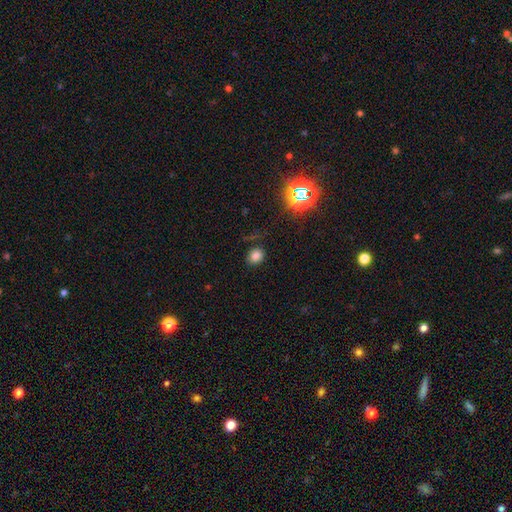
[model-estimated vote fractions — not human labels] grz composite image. It shows a smooth galaxy with no disk features (76%) that is round (58%). Merging: none (80%).